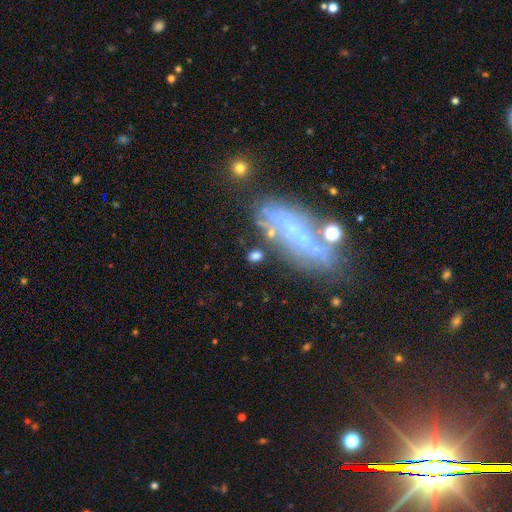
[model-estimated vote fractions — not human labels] The model was most divided on "how rounded": in between: 62%, round: 30%, cigar-shaped: 8%. More confident: merging — none (68%); smooth or featured — smooth (63%).